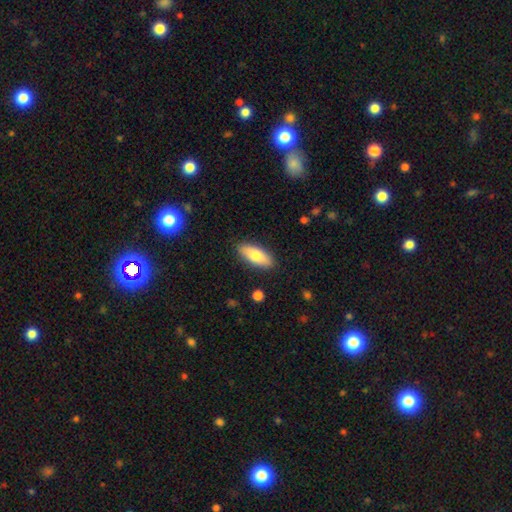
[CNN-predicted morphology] smooth 75%, featured or disk 19%, star or artifact 6%. Down the decision tree: how rounded — in between (75%); merging — none (88%).